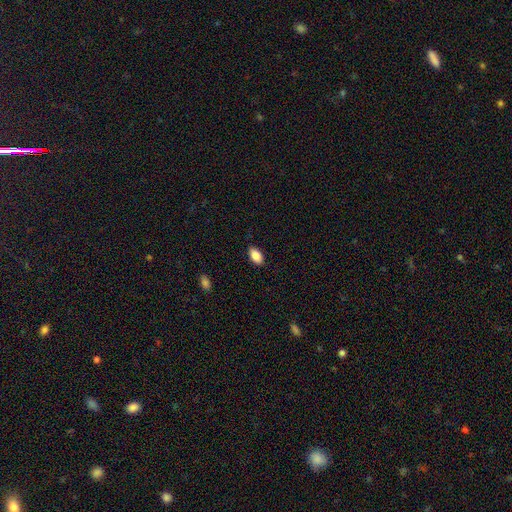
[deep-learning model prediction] smooth-or-featured: smooth: 88% | star or artifact: 7% | featured or disk: 5%
  how-rounded: in between: 92% | round: 5% | cigar-shaped: 3%
  merging: none: 84% | minor disturbance: 13% | major disturbance: 2% | merger: 1%